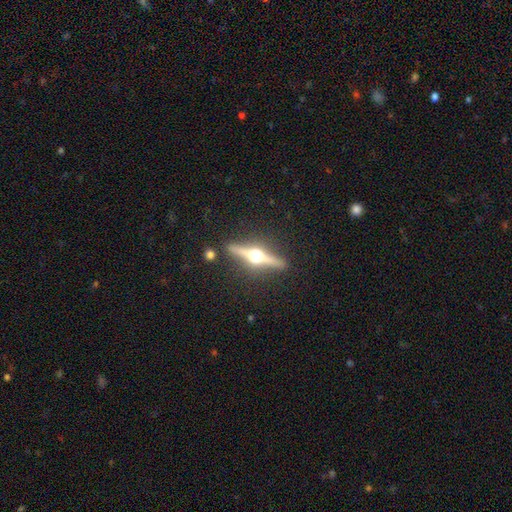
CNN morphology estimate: Smooth or featured?
  - featured or disk: 83% *
  - smooth: 11%
  - star or artifact: 6%
Edge-on disk?
  - yes: 98% *
  - no: 2%
Edge-on bulge?
  - rounded: 97% *
  - boxy: 2%
  - none: 1%
Merging?
  - none: 88% *
  - minor disturbance: 7%
  - merger: 3%
  - major disturbance: 2%